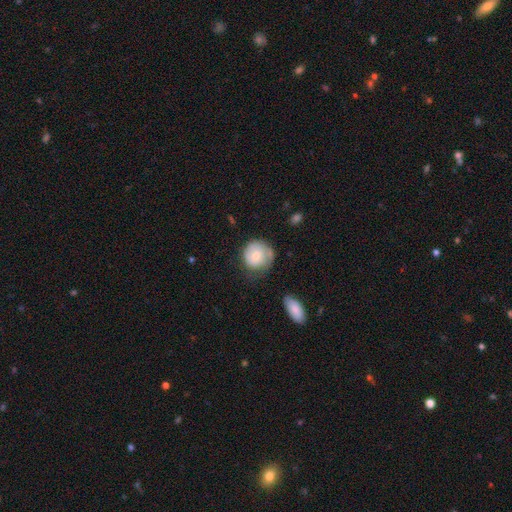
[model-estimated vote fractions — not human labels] Smooth or featured: smooth — 59% (featured or disk — 34%)
How rounded: round — 88% (in between — 11%)
Merging: none — 56% (minor disturbance — 29%)